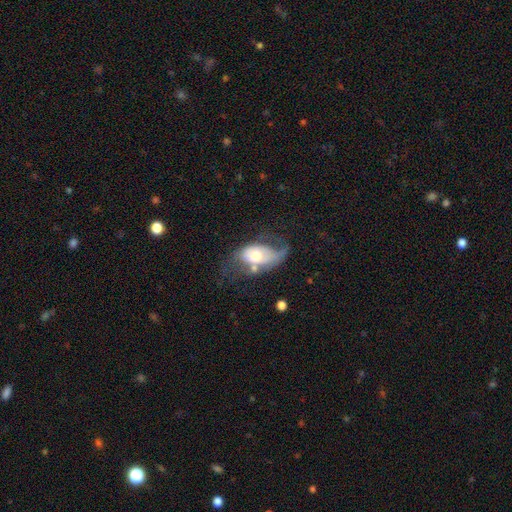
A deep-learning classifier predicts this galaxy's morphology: This appears to be a featured or disk galaxy (50%). Merging: major disturbance (37%).